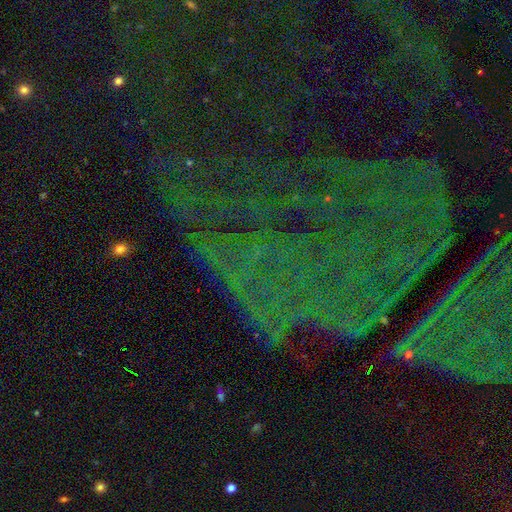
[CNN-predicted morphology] Smooth or featured? Predicted: star or artifact (p=0.81).